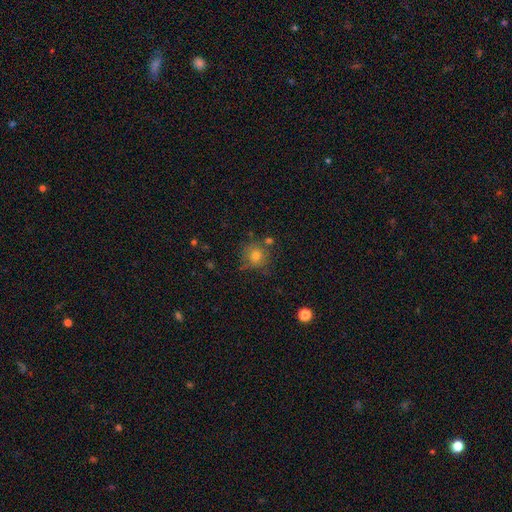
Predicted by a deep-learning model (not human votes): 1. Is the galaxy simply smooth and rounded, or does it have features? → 76% smooth, 14% star or artifact, 10% featured or disk.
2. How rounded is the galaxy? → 90% round, 9% in between, 1% cigar-shaped.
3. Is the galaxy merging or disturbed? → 74% none, 14% minor disturbance, 7% merger, 4% major disturbance.